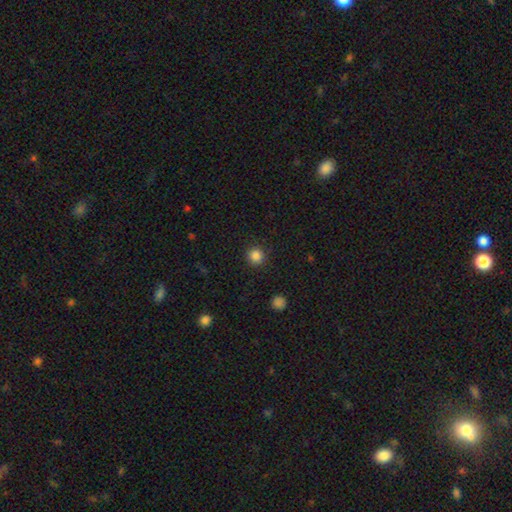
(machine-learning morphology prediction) smooth-or-featured: smooth: 86% | star or artifact: 11% | featured or disk: 3%
  how-rounded: round: 94% | in between: 5% | cigar-shaped: 1%
  merging: none: 91% | minor disturbance: 6% | major disturbance: 2% | merger: 1%